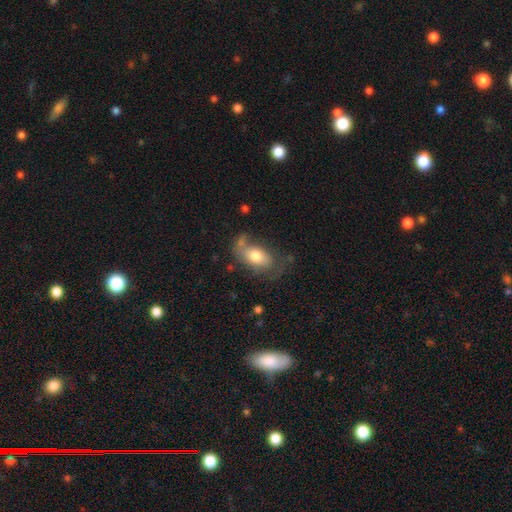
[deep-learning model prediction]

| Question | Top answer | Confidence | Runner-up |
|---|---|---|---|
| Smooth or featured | smooth | 59% | featured or disk (33%) |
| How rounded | in between | 88% | round (9%) |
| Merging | none | 44% | minor disturbance (25%) |